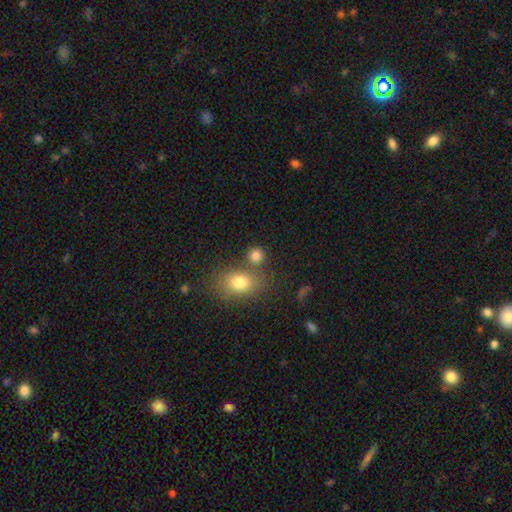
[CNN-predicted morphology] Smooth or featured: smooth — 81% (star or artifact — 12%)
How rounded: round — 80% (in between — 18%)
Merging: none — 67% (merger — 19%)